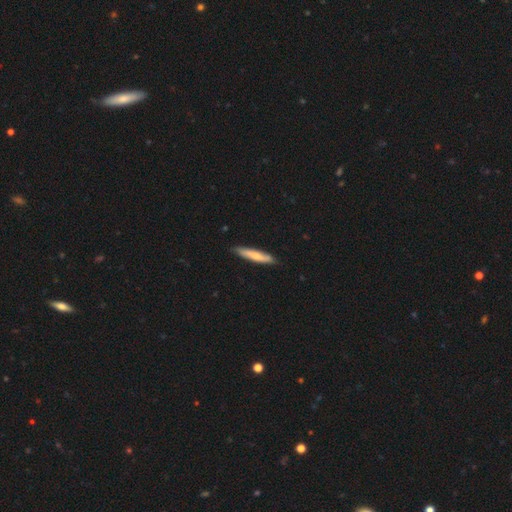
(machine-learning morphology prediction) Smooth or featured?
  - smooth: 66% *
  - featured or disk: 29%
  - star or artifact: 5%
How rounded?
  - cigar-shaped: 90% *
  - in between: 9%
  - round: 1%
Merging?
  - none: 85% *
  - minor disturbance: 12%
  - major disturbance: 2%
  - merger: 1%